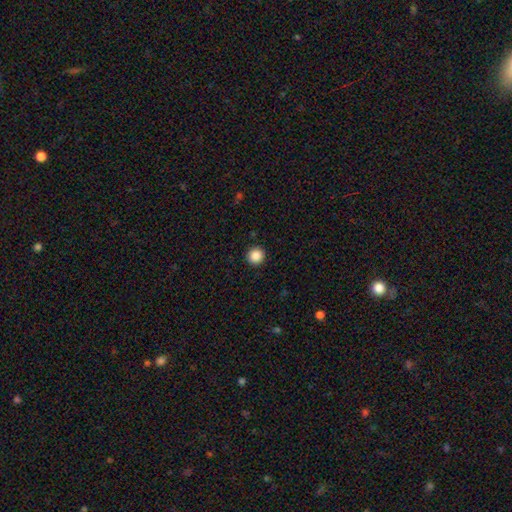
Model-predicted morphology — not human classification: This appears to be a smooth galaxy with no disk features (87%) that is round (94%). Merging: none (93%).